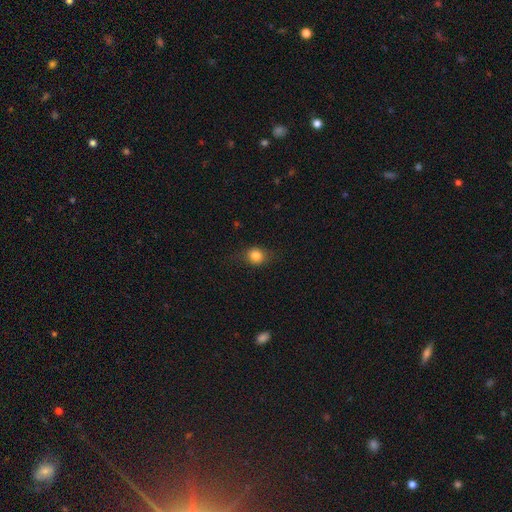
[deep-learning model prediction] A smooth galaxy with no disk features (80%) that is round (70%). Merging: none (76%).